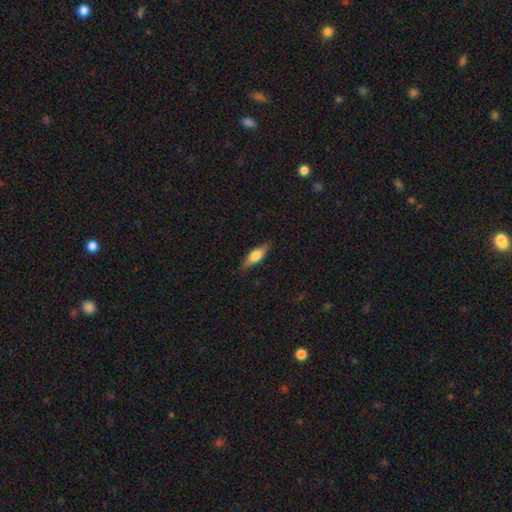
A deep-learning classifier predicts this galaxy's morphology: smooth 53%, featured or disk 41%, star or artifact 6%. Down the decision tree: how rounded — cigar-shaped (49%); merging — none (83%).